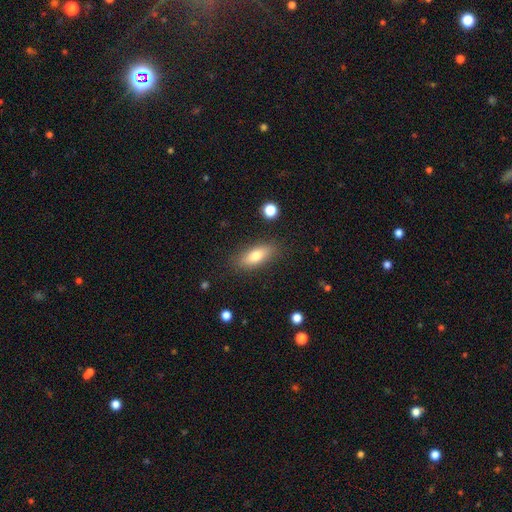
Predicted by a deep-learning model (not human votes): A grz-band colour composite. It shows a smooth galaxy with no disk features (76%) that is in between round and cigar-shaped (74%). Merging: none (84%).